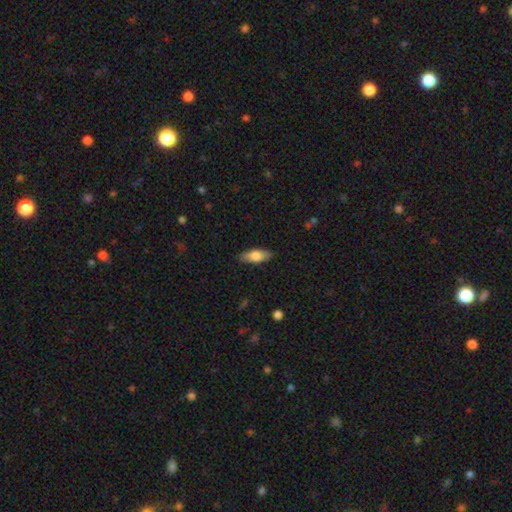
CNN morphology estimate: A smooth galaxy with no disk features (71%) that is in between round and cigar-shaped (74%). Merging: none (86%).